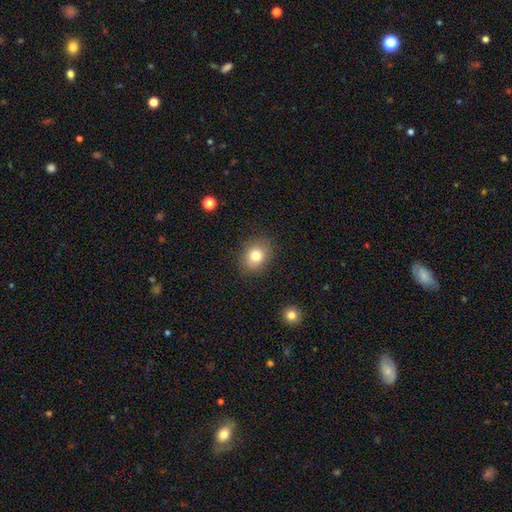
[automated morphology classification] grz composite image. It shows a smooth galaxy with no disk features (79%) that is round (60%). Merging: none (86%).